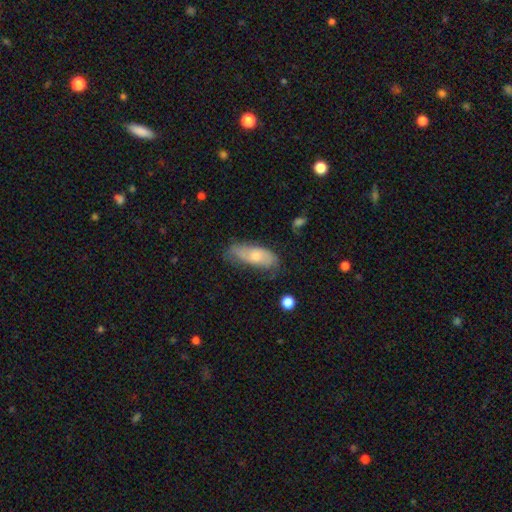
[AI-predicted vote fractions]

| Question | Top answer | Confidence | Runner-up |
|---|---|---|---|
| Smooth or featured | smooth | 55% | featured or disk (39%) |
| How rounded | in between | 78% | cigar-shaped (19%) |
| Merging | none | 56% | minor disturbance (31%) |